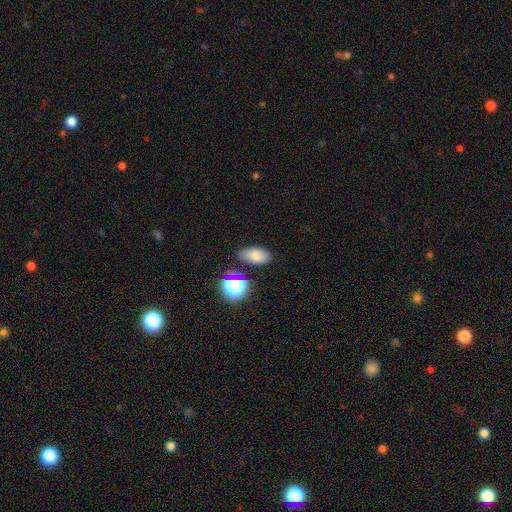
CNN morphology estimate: smooth-or-featured: smooth: 74% | star or artifact: 15% | featured or disk: 11%
  how-rounded: in between: 87% | round: 10% | cigar-shaped: 3%
  merging: none: 75% | minor disturbance: 16% | merger: 5% | major disturbance: 4%